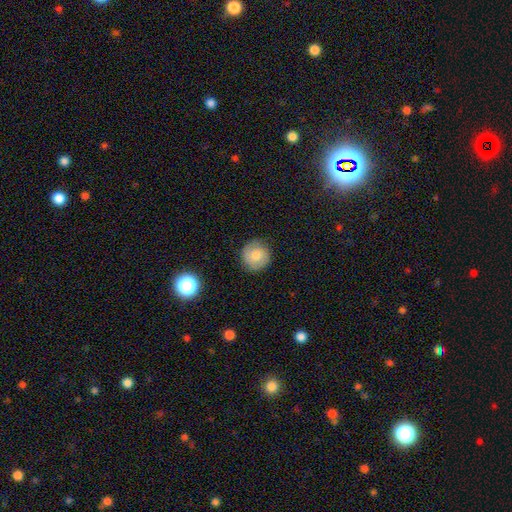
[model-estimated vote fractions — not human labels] Smooth or featured: smooth — 66% (featured or disk — 25%)
How rounded: round — 93% (in between — 6%)
Merging: none — 84% (minor disturbance — 11%)